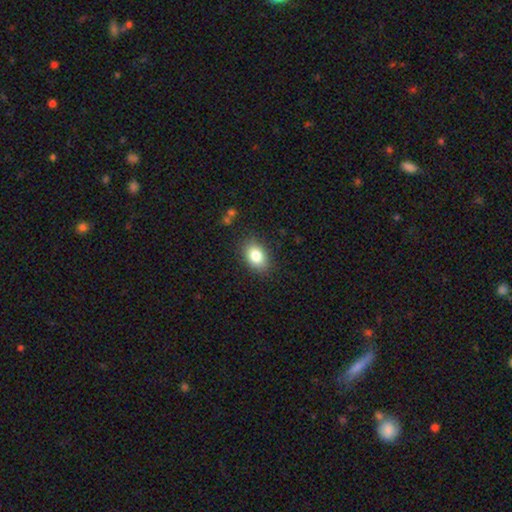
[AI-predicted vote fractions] Smooth or featured: smooth — 83% (featured or disk — 9%)
How rounded: in between — 81% (round — 18%)
Merging: none — 86% (minor disturbance — 10%)